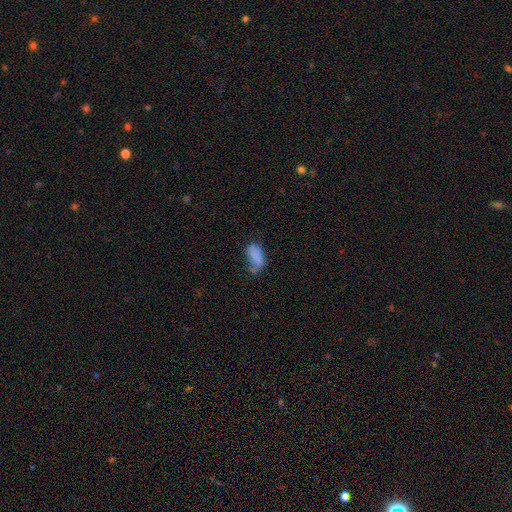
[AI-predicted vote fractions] This is likely a smooth galaxy (77%). How rounded: clearly in between (91%). Merging: marginally none (38%).